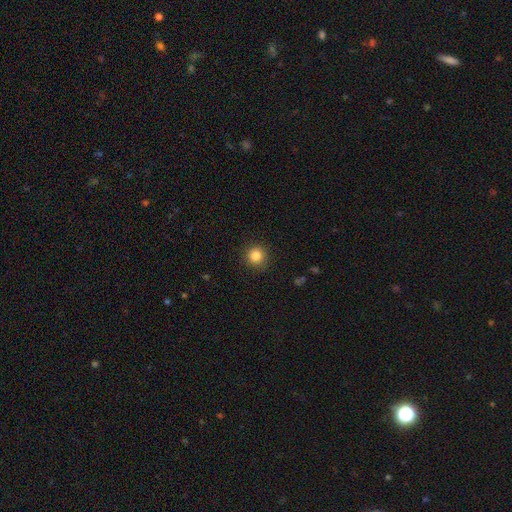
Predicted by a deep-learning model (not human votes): smooth_or_featured: smooth (p=0.85) [alt: star or artifact p=0.11]
how_rounded: round (p=0.94) [alt: in between p=0.05]
merging: none (p=0.90) [alt: minor disturbance p=0.07]